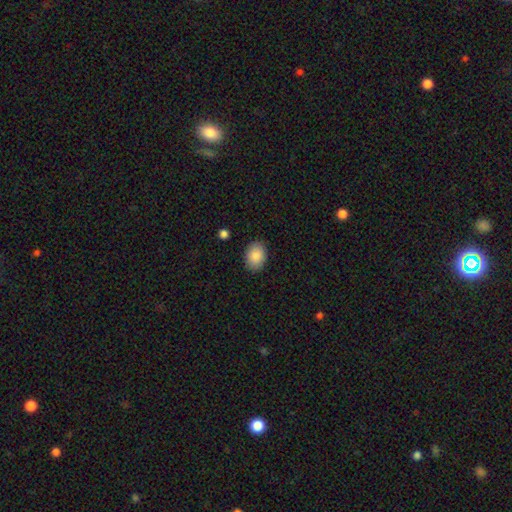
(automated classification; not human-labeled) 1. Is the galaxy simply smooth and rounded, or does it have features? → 87% smooth, 7% star or artifact, 6% featured or disk.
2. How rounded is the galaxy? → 74% in between, 25% round, 1% cigar-shaped.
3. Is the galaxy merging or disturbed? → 88% none, 9% minor disturbance, 2% major disturbance, 1% merger.